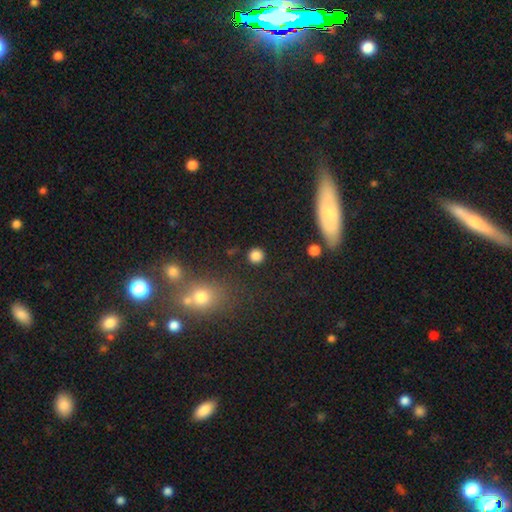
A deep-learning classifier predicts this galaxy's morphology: A smooth galaxy with no disk features (83%) that is round (92%).

Vote fractions:
- Smooth or featured? smooth: 83% / star or artifact: 12% / featured or disk: 5%
- How rounded? round: 92% / in between: 7% / cigar-shaped: 1%
- Merging? none: 87% / minor disturbance: 7% / major disturbance: 3% / merger: 3%